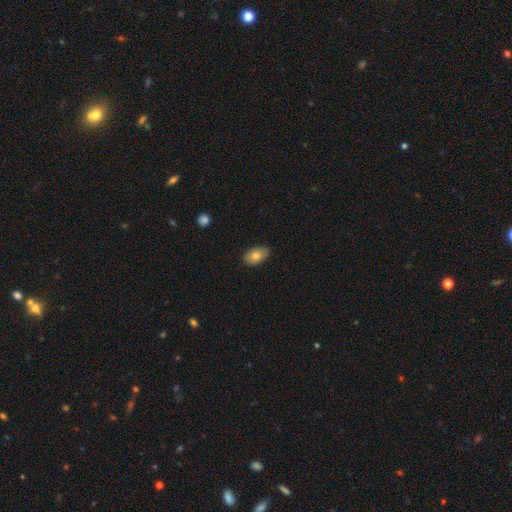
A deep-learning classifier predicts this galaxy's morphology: Smooth or featured? smooth (78%)
How rounded? in between (91%)
Merging? none (85%)